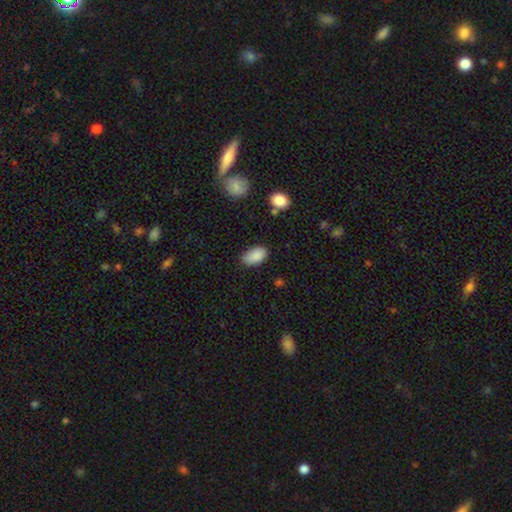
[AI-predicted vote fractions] Morphology: type=smooth (88%); roundness=in between (93%); merging=none (74%).